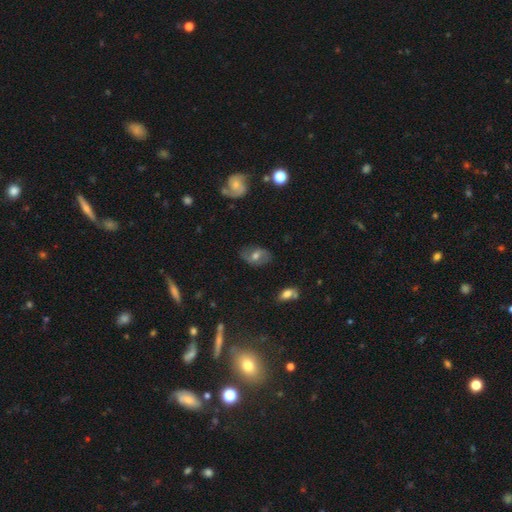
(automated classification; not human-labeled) Smooth or featured? featured or disk (60%)
Edge-on disk? no (94%)
Bar? weak (45%)
Spiral arms? yes (79%)
Bulge size? moderate (68%)
Merging? none (77%)